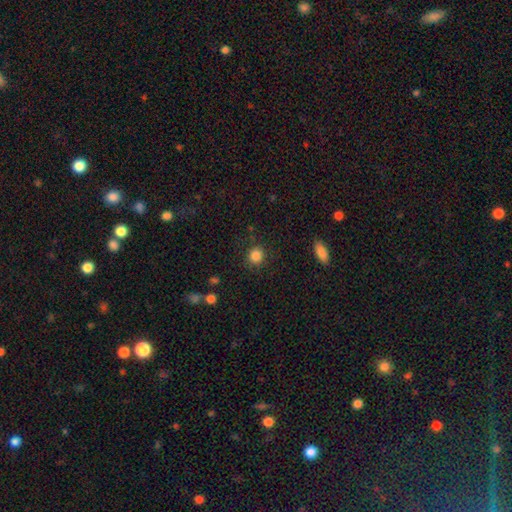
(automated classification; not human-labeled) Q: Smooth or featured?
A: smooth (86%); runner-up: star or artifact (10%)
Q: How rounded?
A: round (87%); runner-up: in between (11%)
Q: Merging?
A: none (87%); runner-up: minor disturbance (8%)